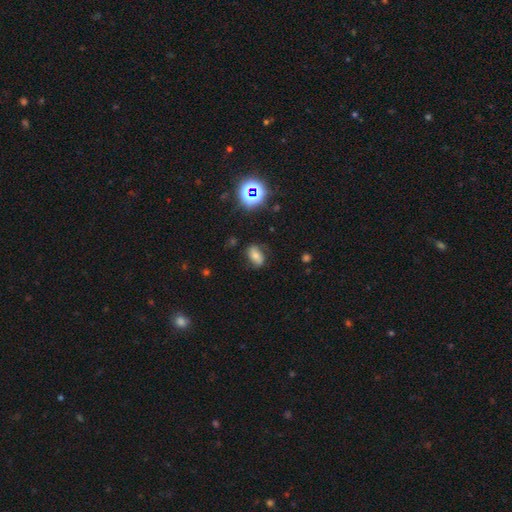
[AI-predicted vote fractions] smooth-or-featured: smooth: 62% | featured or disk: 19% | star or artifact: 19%
  how-rounded: in between: 86% | round: 11% | cigar-shaped: 3%
  merging: none: 73% | minor disturbance: 19% | major disturbance: 7% | merger: 2%